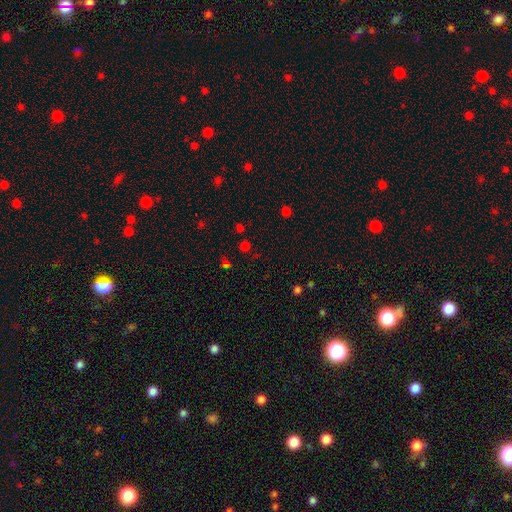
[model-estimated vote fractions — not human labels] Smooth or featured? Predicted: star or artifact (p=0.48).